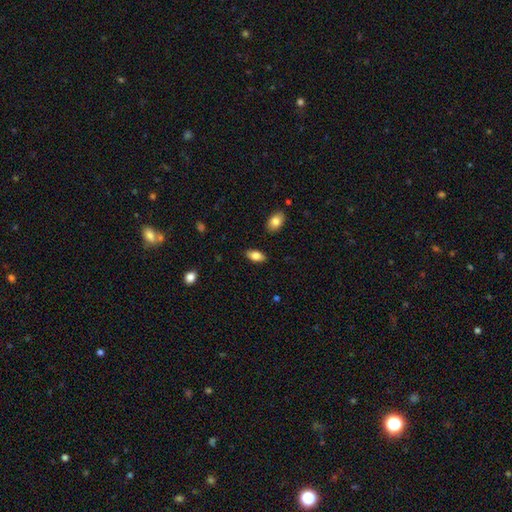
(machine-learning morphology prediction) Smooth or featured: smooth — 78% (featured or disk — 15%)
How rounded: in between — 90% (cigar-shaped — 6%)
Merging: none — 86% (minor disturbance — 10%)